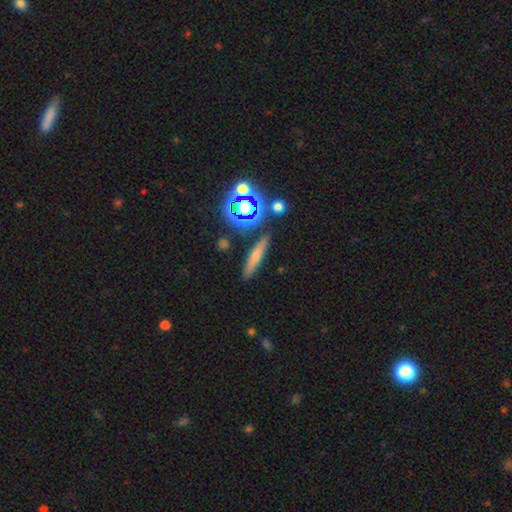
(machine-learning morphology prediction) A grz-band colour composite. It shows a smooth galaxy with no disk features (60%) that is cigar-shaped (81%). Merging: none (85%).